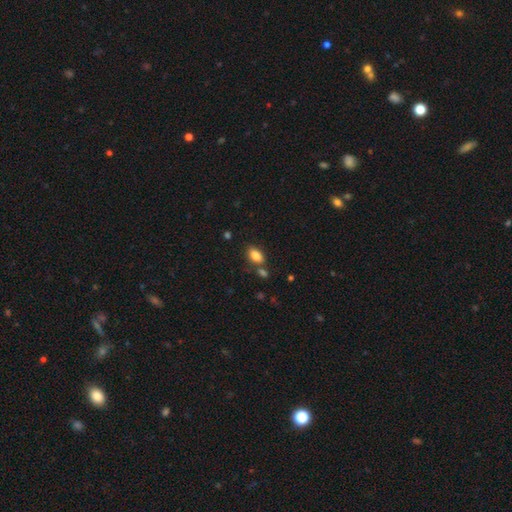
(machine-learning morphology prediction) Smooth or featured? smooth (85%)
How rounded? in between (91%)
Merging? none (70%)